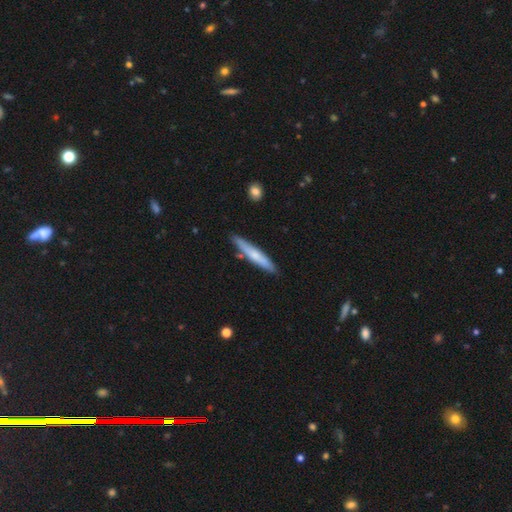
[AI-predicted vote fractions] Smooth or featured? Predicted: smooth (p=0.61). How rounded? Predicted: cigar-shaped (p=0.92). Merging? Predicted: none (p=0.83).